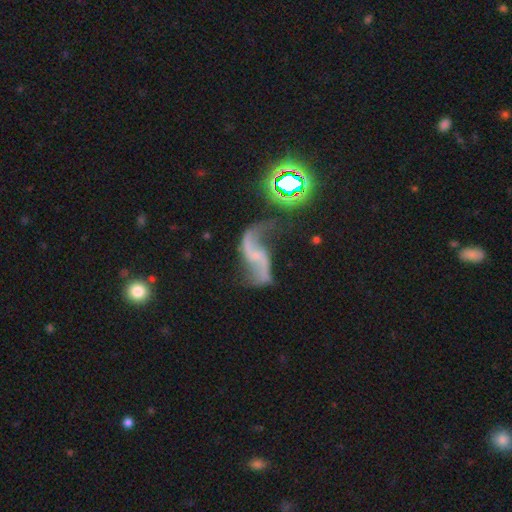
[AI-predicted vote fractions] Q: Smooth or featured?
A: featured or disk (84%); runner-up: star or artifact (9%)
Q: Edge-on disk?
A: no (96%); runner-up: yes (4%)
Q: Bar?
A: no (51%); runner-up: weak (33%)
Q: Spiral arms?
A: yes (93%); runner-up: no (7%)
Q: Spiral winding?
A: loose (91%); runner-up: medium (7%)
Q: Spiral arm count?
A: 2 (91%); runner-up: 1 (3%)
Q: Bulge size?
A: small (49%); runner-up: none (40%)
Q: Merging?
A: none (57%); runner-up: minor disturbance (18%)